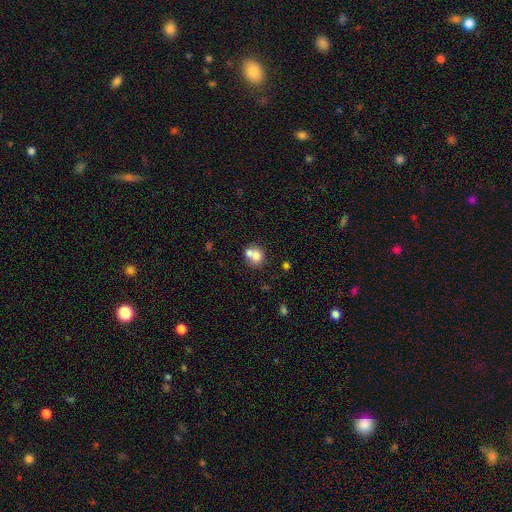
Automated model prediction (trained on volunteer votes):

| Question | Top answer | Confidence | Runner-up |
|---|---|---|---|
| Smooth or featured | smooth | 71% | featured or disk (18%) |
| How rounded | round | 76% | in between (23%) |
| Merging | merger | 53% | none (37%) |